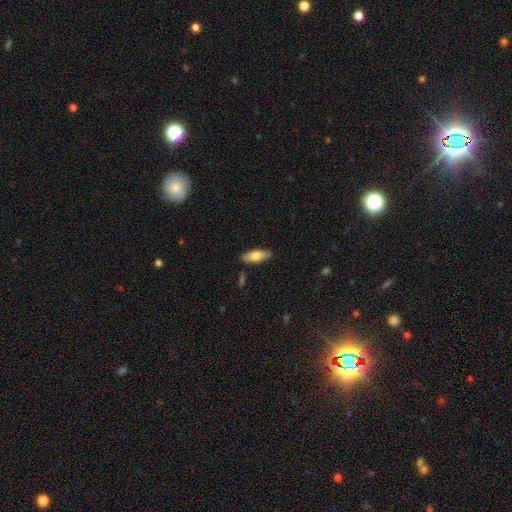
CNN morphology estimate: smooth_or_featured: smooth (p=0.72) [alt: featured or disk p=0.22]
how_rounded: in between (p=0.76) [alt: cigar-shaped p=0.21]
merging: none (p=0.84) [alt: minor disturbance p=0.12]